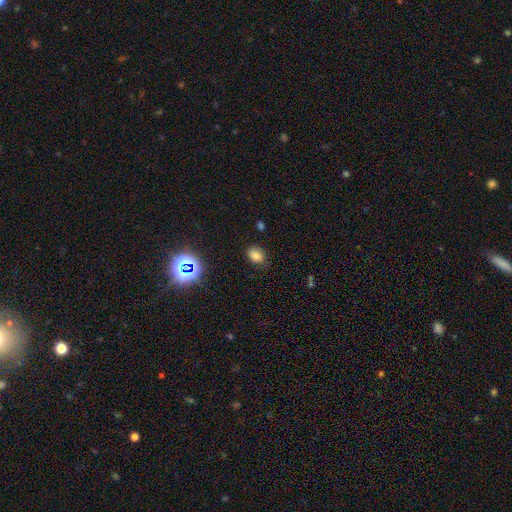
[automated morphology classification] Overall: smooth (75%). How rounded: in between (65%; round 34%). Merging: none (79%).